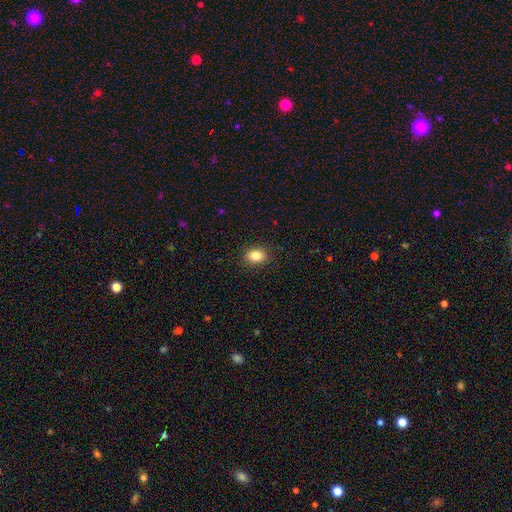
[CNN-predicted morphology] The model was most divided on "how rounded": in between: 68%, round: 31%, cigar-shaped: 1%. More confident: merging — none (88%); smooth or featured — smooth (85%).